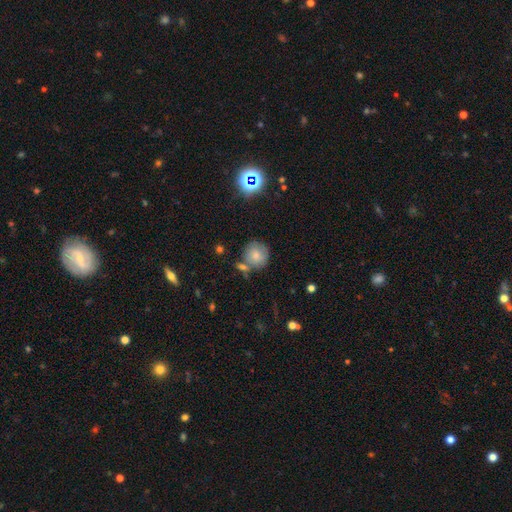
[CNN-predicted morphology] Smooth or featured? smooth (75%)
How rounded? round (90%)
Merging? none (62%)